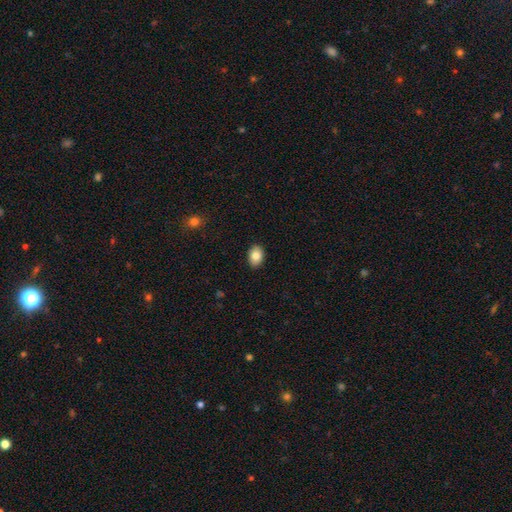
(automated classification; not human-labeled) Overall: smooth (84%). How rounded: in between (79%). Merging: none (89%).